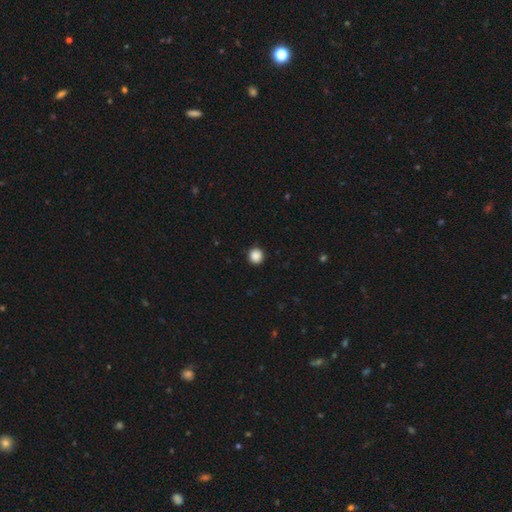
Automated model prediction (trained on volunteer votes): A smooth galaxy with no disk features (88%) that is round (93%). Merging: none (91%).